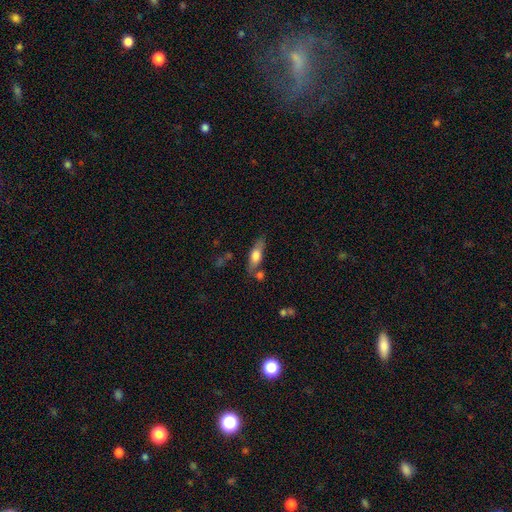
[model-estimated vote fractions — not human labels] This is likely a smooth galaxy (63%). How rounded: possibly in between (56%). Merging: likely none (63%).